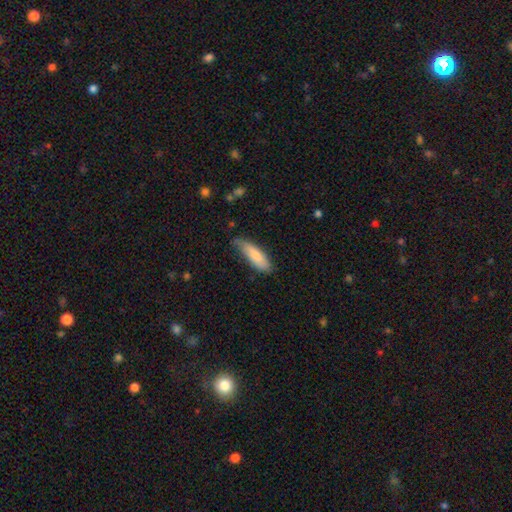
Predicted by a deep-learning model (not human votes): smooth 82%, featured or disk 13%, star or artifact 6%. Down the decision tree: how rounded — in between (53%); merging — none (60%).